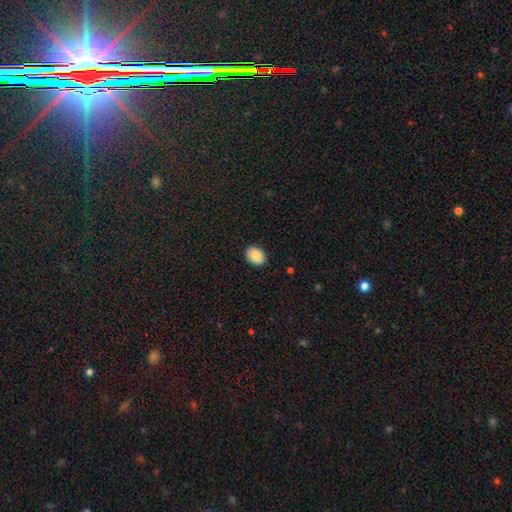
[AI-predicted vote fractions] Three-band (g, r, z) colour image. It shows a smooth galaxy with no disk features (88%) that is in between round and cigar-shaped (65%). Merging: none (89%).